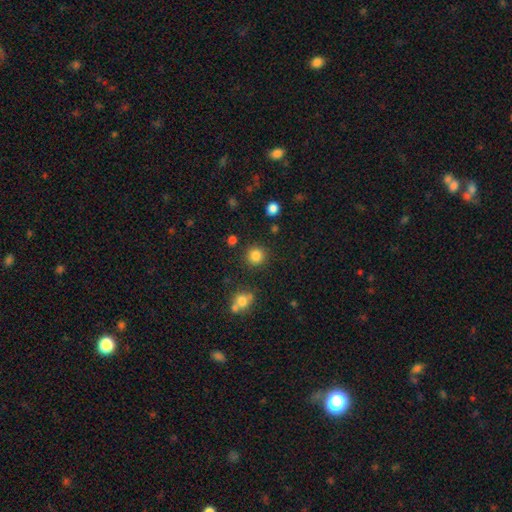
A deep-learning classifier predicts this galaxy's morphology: Smooth or featured?
  - smooth: 84% *
  - star or artifact: 12%
  - featured or disk: 4%
How rounded?
  - round: 92% *
  - in between: 7%
  - cigar-shaped: 1%
Merging?
  - none: 88% *
  - minor disturbance: 6%
  - merger: 3%
  - major disturbance: 3%